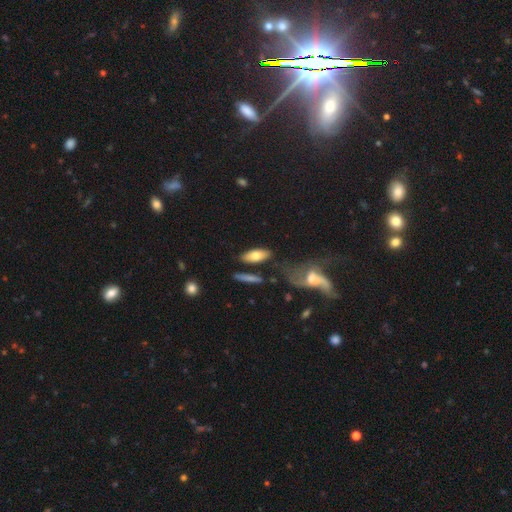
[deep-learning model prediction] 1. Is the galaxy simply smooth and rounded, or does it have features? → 71% smooth, 22% featured or disk, 7% star or artifact.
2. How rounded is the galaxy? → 75% in between, 22% cigar-shaped, 3% round.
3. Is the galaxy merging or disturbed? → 71% none, 14% minor disturbance, 9% merger, 6% major disturbance.